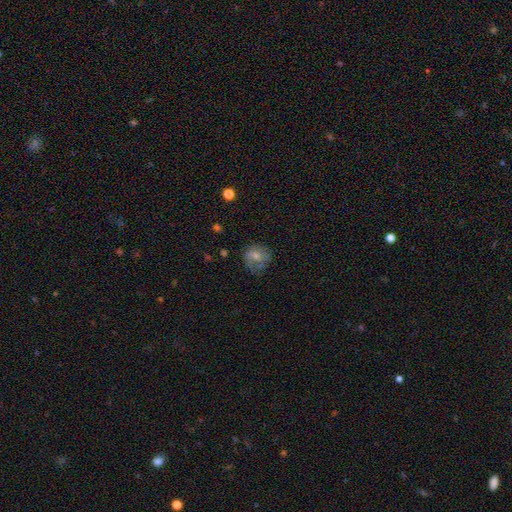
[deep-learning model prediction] Morphology: type=featured or disk (46%); merging=none (65%).